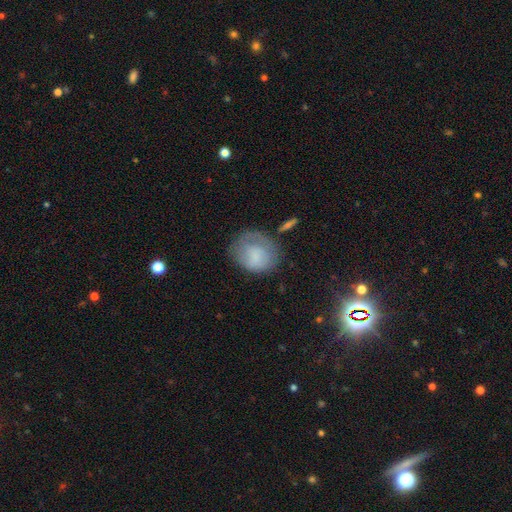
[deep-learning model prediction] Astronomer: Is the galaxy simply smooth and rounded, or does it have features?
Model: smooth — 72%.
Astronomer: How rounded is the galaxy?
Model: round — 56% (runner-up: in between, 43%).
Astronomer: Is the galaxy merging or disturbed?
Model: none — 50% (runner-up: minor disturbance, 28%).